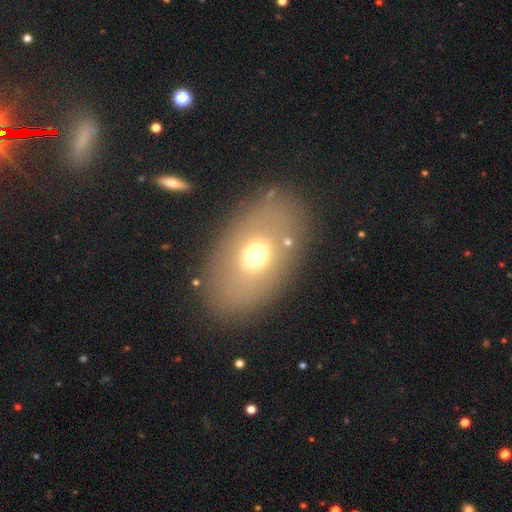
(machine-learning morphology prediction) Overall: smooth (59%; featured or disk 29%). How rounded: in between (81%). Merging: none (82%).